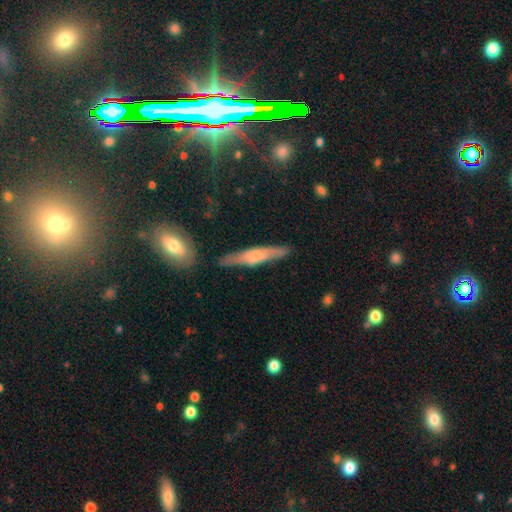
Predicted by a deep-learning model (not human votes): A smooth galaxy with no disk features (49%).

Vote fractions:
- Smooth or featured? smooth: 49% / featured or disk: 45% / star or artifact: 6%
- Merging? none: 80% / minor disturbance: 13% / merger: 4% / major disturbance: 3%